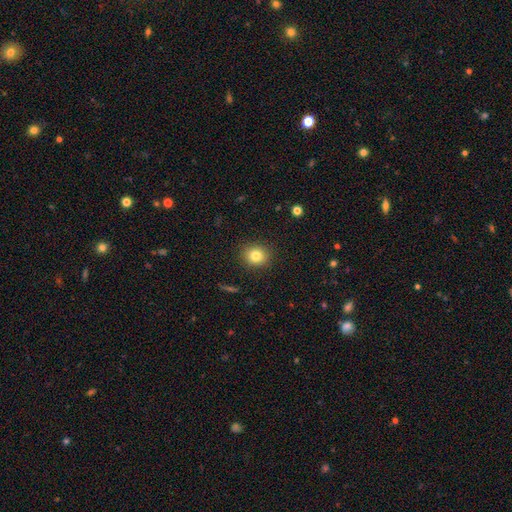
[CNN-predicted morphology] The model was most divided on "how rounded": round: 80%, in between: 19%, cigar-shaped: 1%. More confident: merging — none (90%); smooth or featured — smooth (81%).